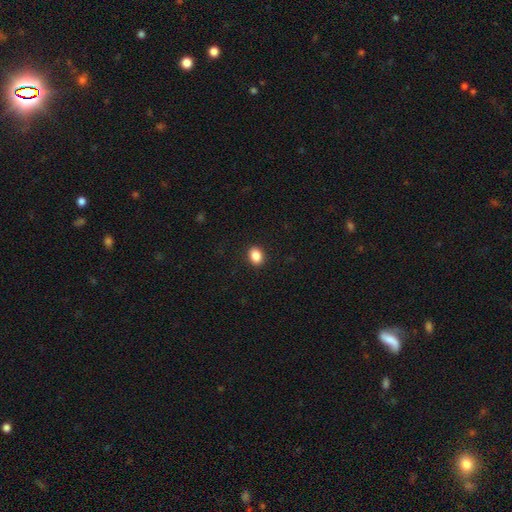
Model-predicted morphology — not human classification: Q: Smooth or featured?
A: smooth (87%); runner-up: star or artifact (9%)
Q: How rounded?
A: in between (66%); runner-up: round (33%)
Q: Merging?
A: none (91%); runner-up: minor disturbance (7%)